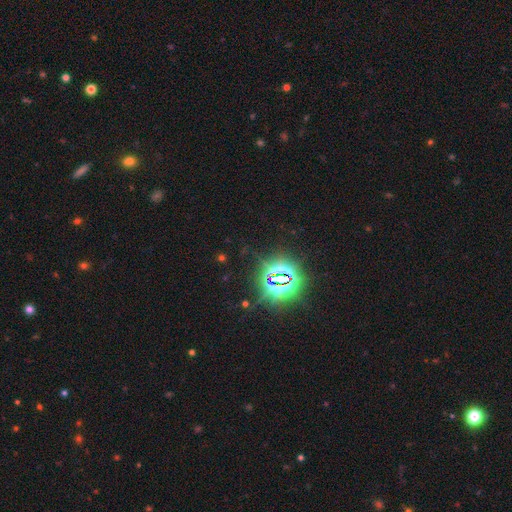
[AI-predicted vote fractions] This appears to be a star or artifact, not a galaxy (83%).